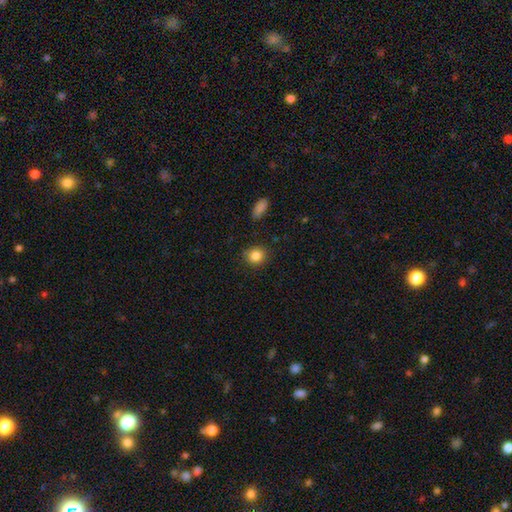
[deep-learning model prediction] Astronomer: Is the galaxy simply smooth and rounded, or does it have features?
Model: smooth — 85%.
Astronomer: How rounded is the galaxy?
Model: round — 79%.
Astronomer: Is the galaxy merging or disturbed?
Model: none — 85%.